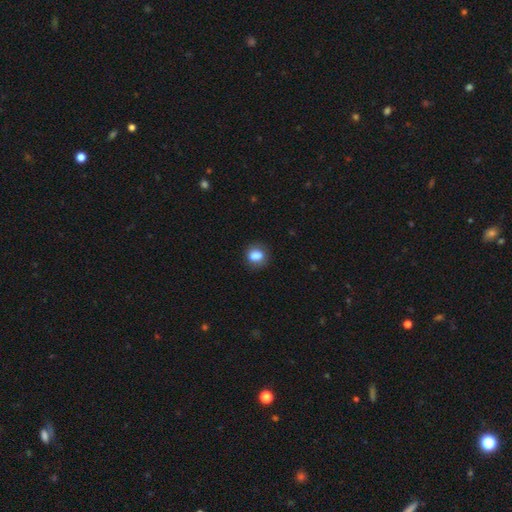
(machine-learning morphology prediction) type=smooth (82%); roundness=round (56%); merging=none (69%).